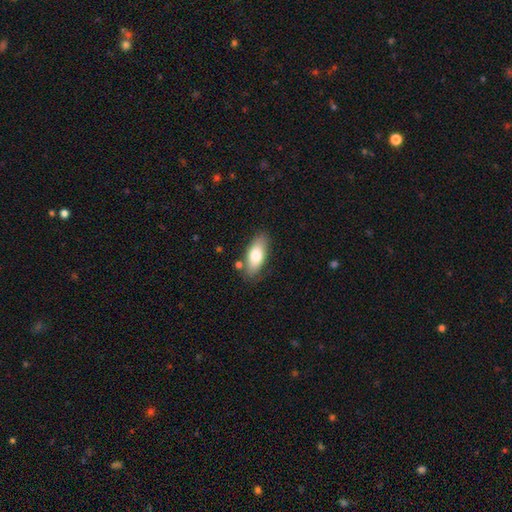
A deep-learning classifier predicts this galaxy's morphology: The model was most divided on "smooth or featured": smooth: 76%, featured or disk: 17%, star or artifact: 6%. More confident: how rounded — in between (82%); merging — none (77%).